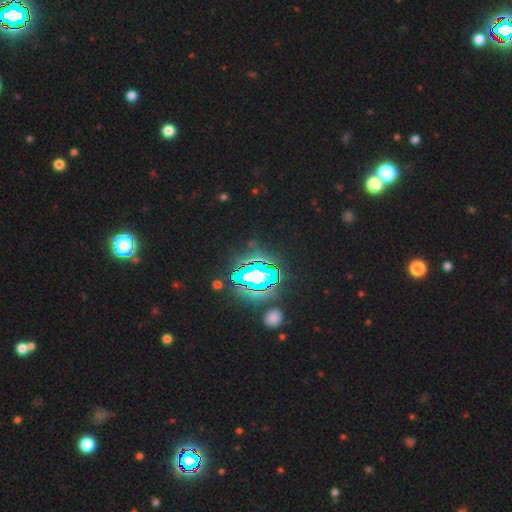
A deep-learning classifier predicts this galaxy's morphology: Smooth or featured? Predicted: star or artifact (p=0.84).